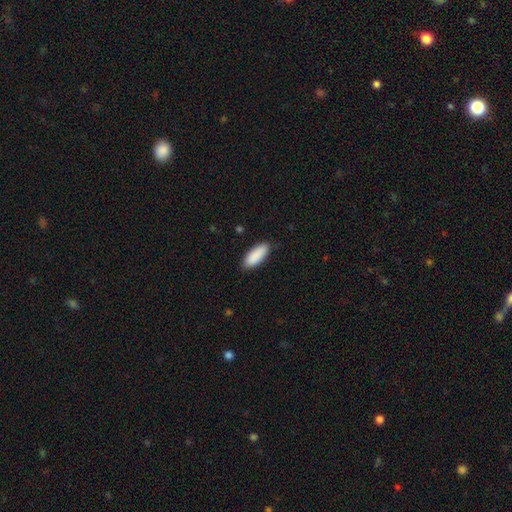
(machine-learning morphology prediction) A smooth galaxy with no disk features (90%) that is in between round and cigar-shaped (74%).

Vote fractions:
- Smooth or featured? smooth: 90% / star or artifact: 6% / featured or disk: 4%
- How rounded? in between: 74% / cigar-shaped: 25% / round: 2%
- Merging? none: 86% / minor disturbance: 11% / major disturbance: 2% / merger: 1%